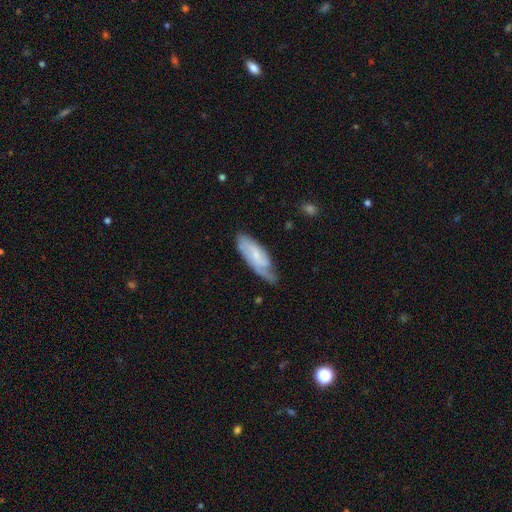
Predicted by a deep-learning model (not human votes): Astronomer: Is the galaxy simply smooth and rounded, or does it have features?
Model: featured or disk — 58% (runner-up: smooth, 36%).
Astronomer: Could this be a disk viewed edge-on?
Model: no — 86%.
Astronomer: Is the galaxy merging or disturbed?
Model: none — 55% (runner-up: minor disturbance, 32%).